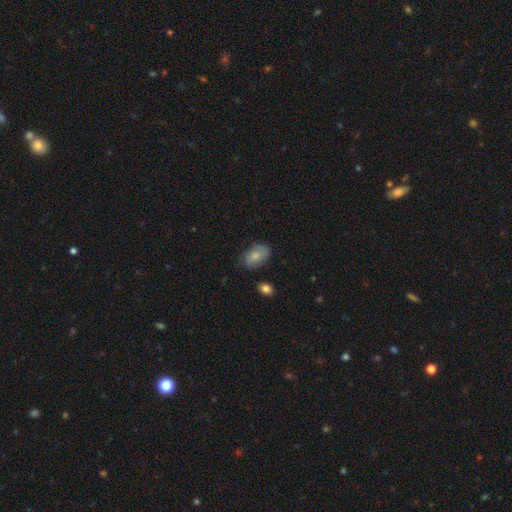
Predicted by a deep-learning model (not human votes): Smooth or featured: smooth — 78% (featured or disk — 15%)
How rounded: in between — 90% (round — 8%)
Merging: none — 73% (minor disturbance — 20%)